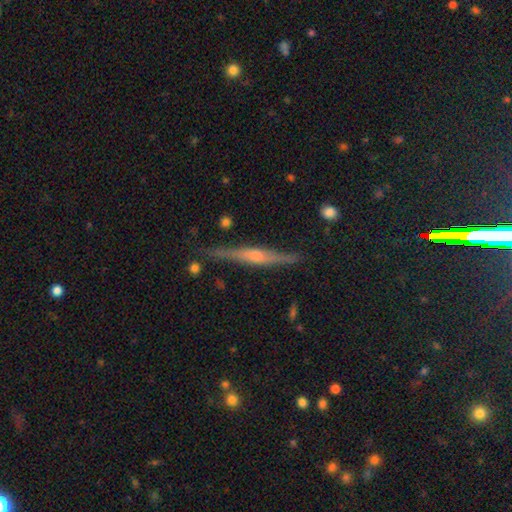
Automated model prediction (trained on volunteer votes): featured or disk 75%, smooth 18%, star or artifact 7%. Down the decision tree: edge-on disk — yes (97%); edge-on bulge — rounded (71%); merging — none (85%).